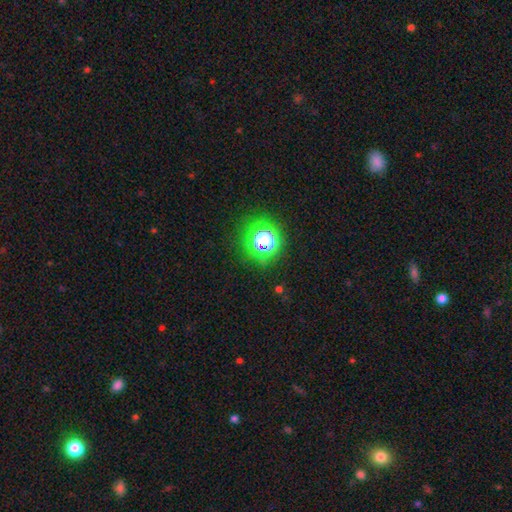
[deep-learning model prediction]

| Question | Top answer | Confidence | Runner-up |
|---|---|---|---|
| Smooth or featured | smooth | 49% | star or artifact (45%) |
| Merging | none | 90% | minor disturbance (5%) |